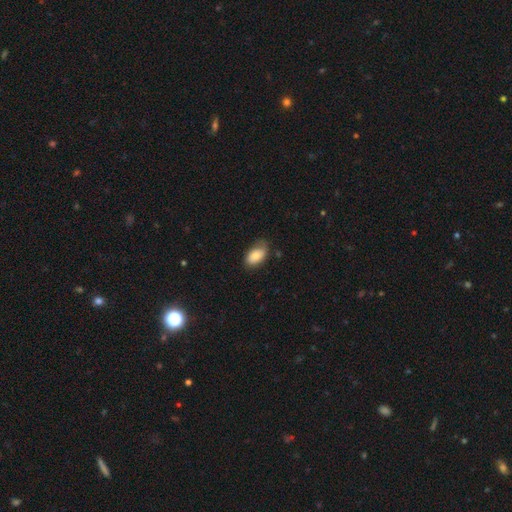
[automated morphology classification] Smooth or featured? smooth (81%)
How rounded? in between (93%)
Merging? none (66%)